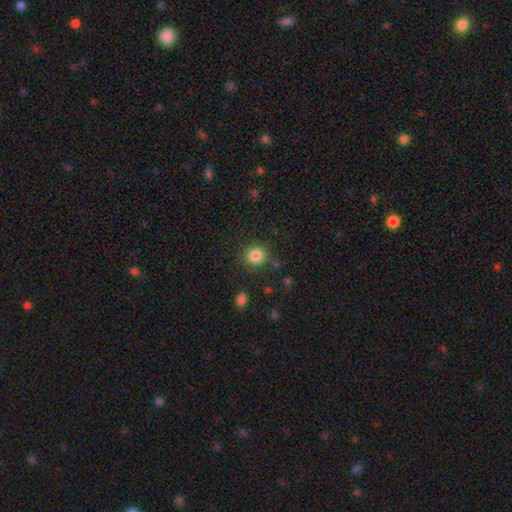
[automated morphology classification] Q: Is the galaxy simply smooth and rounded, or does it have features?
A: smooth — 84%.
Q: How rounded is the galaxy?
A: round — 81%.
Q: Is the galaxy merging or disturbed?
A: none — 85%.